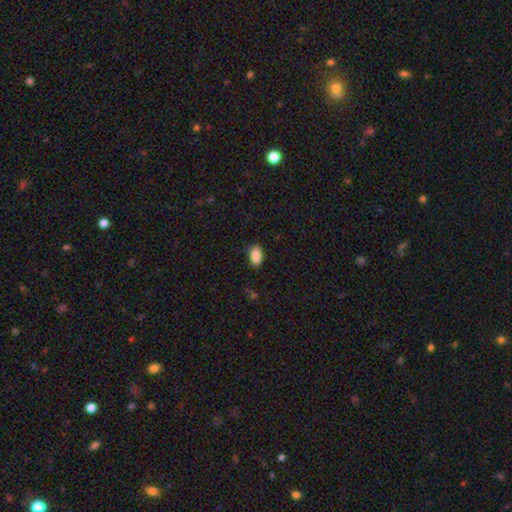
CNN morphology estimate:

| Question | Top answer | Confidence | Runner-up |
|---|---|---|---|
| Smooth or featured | smooth | 88% | star or artifact (8%) |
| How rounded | in between | 92% | round (6%) |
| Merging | none | 85% | minor disturbance (12%) |